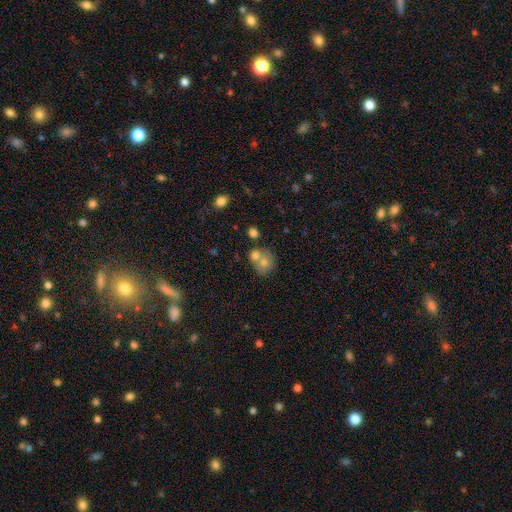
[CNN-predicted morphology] Overall: smooth (69%). How rounded: round (75%). Merging: merger (48%; none 40%).